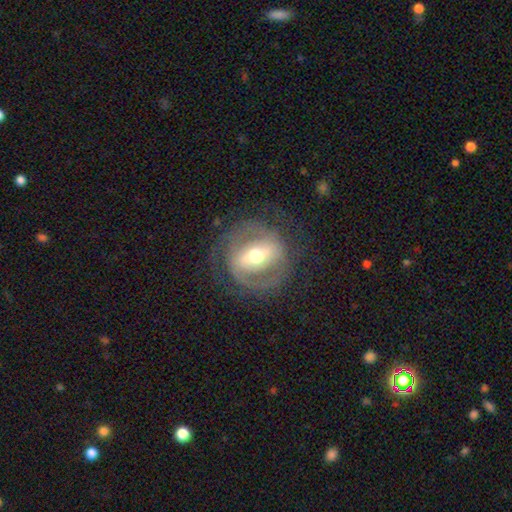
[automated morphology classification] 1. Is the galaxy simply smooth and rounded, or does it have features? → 80% featured or disk, 14% smooth, 6% star or artifact.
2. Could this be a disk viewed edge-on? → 95% no, 5% yes.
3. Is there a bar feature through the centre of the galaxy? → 53% strong, 32% weak, 15% no.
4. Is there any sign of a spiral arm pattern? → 80% yes, 20% no.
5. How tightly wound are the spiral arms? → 42% medium, 41% tight, 17% loose.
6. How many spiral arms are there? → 77% 2, 12% can't tell, 5% 1, 3% 3, 1% 4, 1% more than 4.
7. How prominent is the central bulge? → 69% moderate, 19% small, 10% large, 1% dominant, 1% none.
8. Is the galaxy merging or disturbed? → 72% none, 14% minor disturbance, 12% major disturbance, 1% merger.